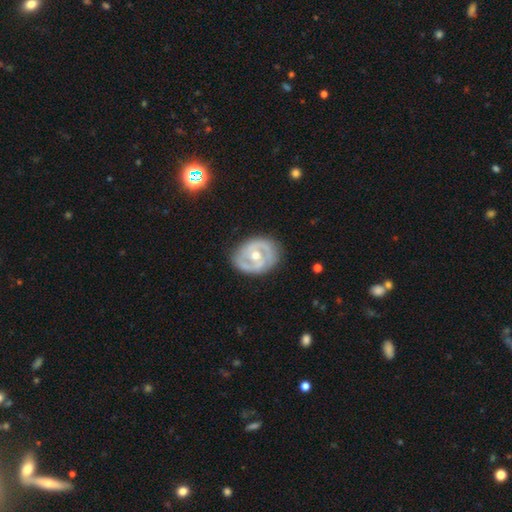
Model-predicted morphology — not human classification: Smooth or featured?
  - featured or disk: 77% *
  - smooth: 19%
  - star or artifact: 4%
Edge-on disk?
  - no: 97% *
  - yes: 3%
Bar?
  - no: 58% *
  - weak: 31%
  - strong: 10%
Spiral arms?
  - yes: 67% *
  - no: 33%
Bulge size?
  - moderate: 77% *
  - small: 16%
  - large: 5%
  - none: 1%
  - dominant: 1%
Merging?
  - none: 79% *
  - minor disturbance: 15%
  - major disturbance: 5%
  - merger: 1%